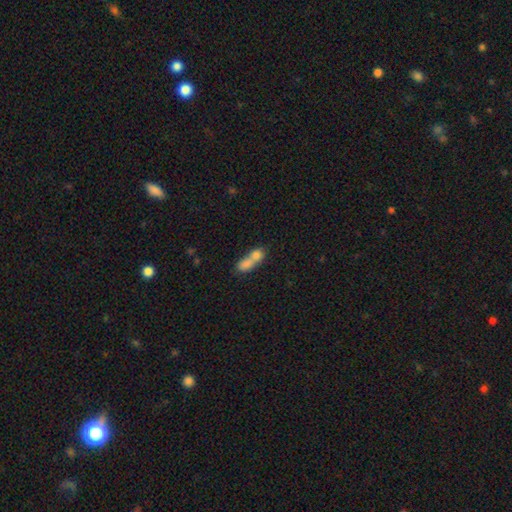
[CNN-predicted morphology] Smooth or featured: smooth — 74% (featured or disk — 17%)
How rounded: in between — 61% (round — 27%)
Merging: merger — 76% (none — 15%)